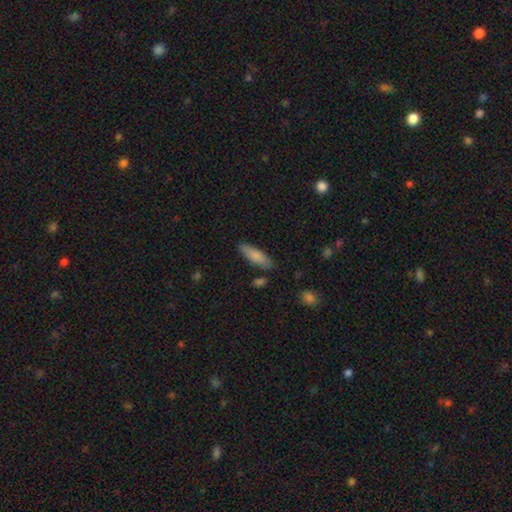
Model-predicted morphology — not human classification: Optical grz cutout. It shows a smooth galaxy with no disk features (83%) that is in between round and cigar-shaped (50%). Merging: none (82%).